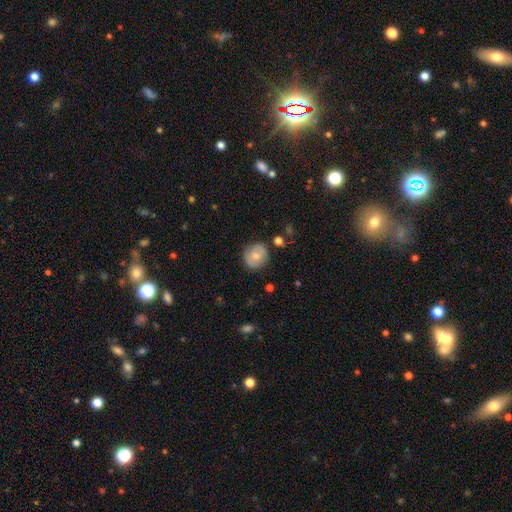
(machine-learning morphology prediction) This is likely a smooth galaxy (68%). How rounded: clearly round (84%). Merging: likely none (79%).